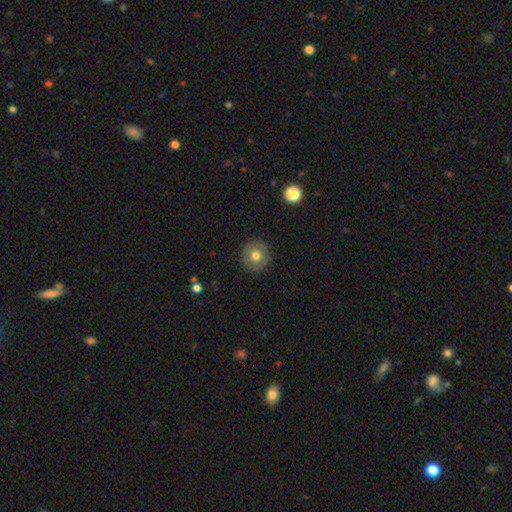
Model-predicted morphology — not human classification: This is likely a smooth galaxy (69%). How rounded: clearly round (93%). Merging: clearly none (89%).